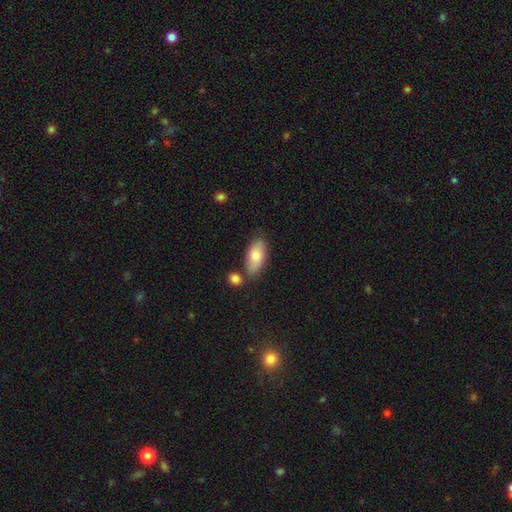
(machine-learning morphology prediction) smooth-or-featured: smooth: 79% | featured or disk: 15% | star or artifact: 6%
  how-rounded: in between: 90% | cigar-shaped: 7% | round: 3%
  merging: none: 69% | minor disturbance: 15% | merger: 12% | major disturbance: 4%